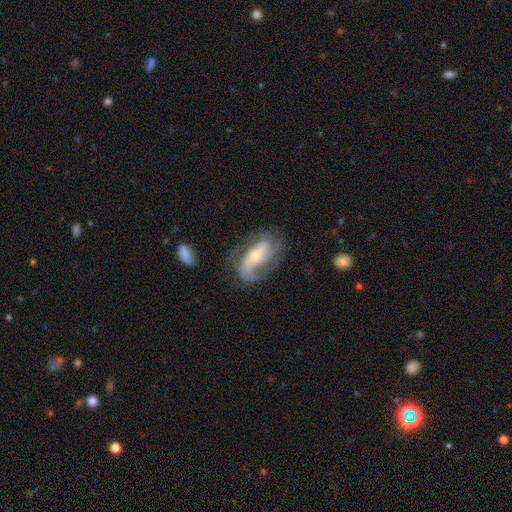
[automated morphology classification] Smooth or featured?
  - featured or disk: 80% *
  - smooth: 14%
  - star or artifact: 6%
Edge-on disk?
  - no: 93% *
  - yes: 7%
Bar?
  - no: 46% *
  - weak: 31%
  - strong: 24%
Spiral arms?
  - yes: 91% *
  - no: 9%
Spiral winding?
  - medium: 42% *
  - loose: 29%
  - tight: 29%
Spiral arm count?
  - 2: 58% *
  - can't tell: 17%
  - 3: 13%
  - 1: 6%
  - 4: 3%
  - more than 4: 2%
Bulge size?
  - moderate: 50% *
  - small: 45%
  - large: 3%
  - none: 1%
  - dominant: 1%
Merging?
  - none: 61% *
  - minor disturbance: 22%
  - major disturbance: 15%
  - merger: 3%